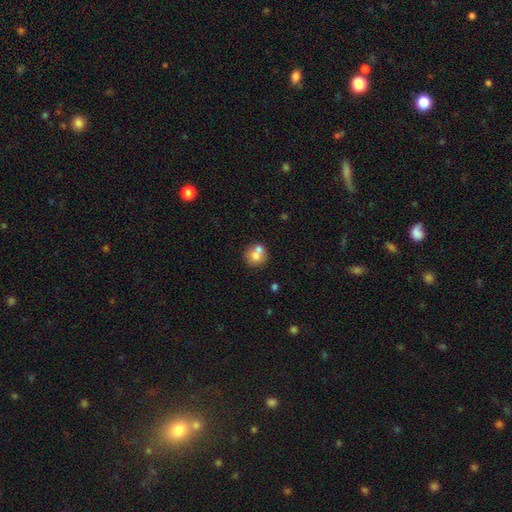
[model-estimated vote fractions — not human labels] smooth 71%, featured or disk 19%, star or artifact 10%. Down the decision tree: how rounded — round (83%); merging — none (46%).